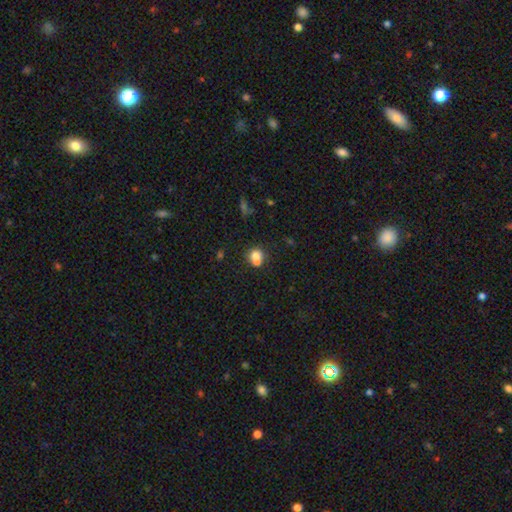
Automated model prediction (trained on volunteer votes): Smooth or featured: smooth — 71% (featured or disk — 17%)
How rounded: round — 76% (in between — 23%)
Merging: merger — 57% (none — 32%)